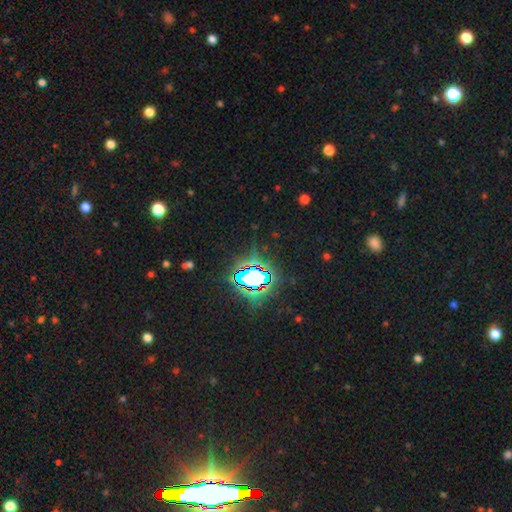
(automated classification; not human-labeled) star or artifact 84%, smooth 9%, featured or disk 7%.